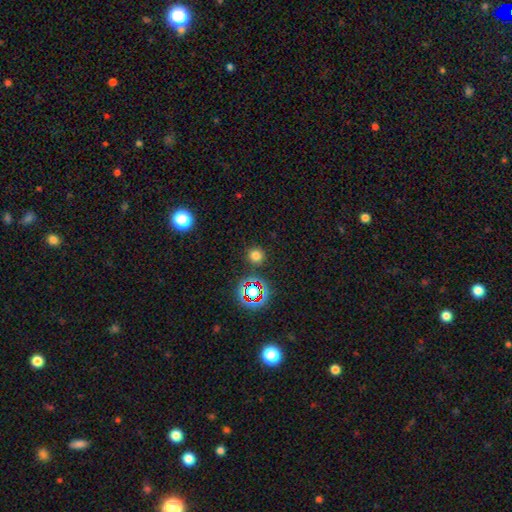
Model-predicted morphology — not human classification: smooth 72%, star or artifact 22%, featured or disk 6%. Down the decision tree: how rounded — round (93%); merging — none (88%).